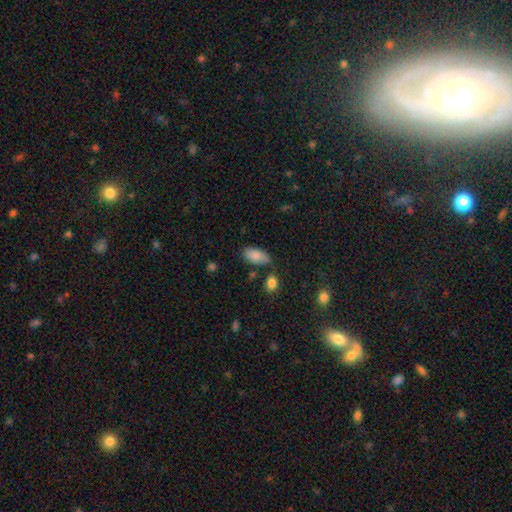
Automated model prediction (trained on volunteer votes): A smooth galaxy with no disk features (86%) that is in between round and cigar-shaped (93%).

Vote fractions:
- Smooth or featured? smooth: 86% / star or artifact: 7% / featured or disk: 7%
- How rounded? in between: 93% / cigar-shaped: 4% / round: 3%
- Merging? none: 67% / minor disturbance: 22% / merger: 6% / major disturbance: 5%